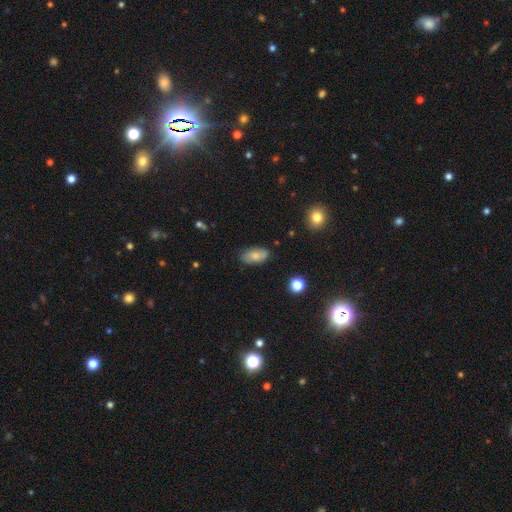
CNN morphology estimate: Smooth or featured?
  - smooth: 72% *
  - featured or disk: 20%
  - star or artifact: 8%
How rounded?
  - in between: 91% *
  - cigar-shaped: 5%
  - round: 4%
Merging?
  - none: 80% *
  - minor disturbance: 16%
  - major disturbance: 3%
  - merger: 2%